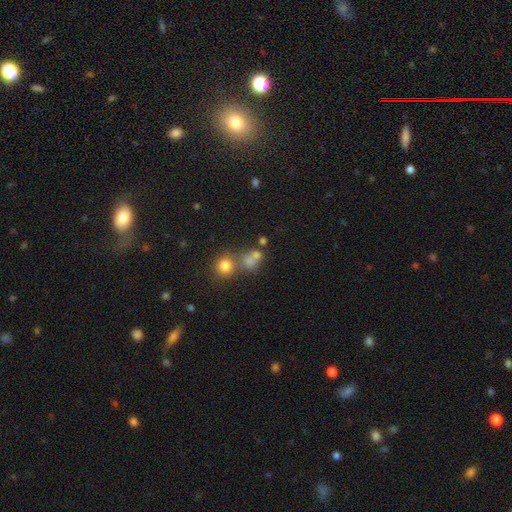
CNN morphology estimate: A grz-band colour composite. It shows a smooth galaxy with no disk features (68%) that is round (72%). Merging: merger (43%).